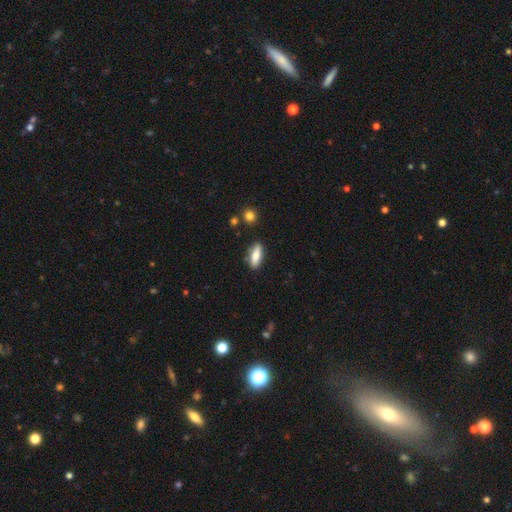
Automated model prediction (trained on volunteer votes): This is likely a smooth galaxy (72%). How rounded: likely in between (61%). Merging: clearly none (85%).